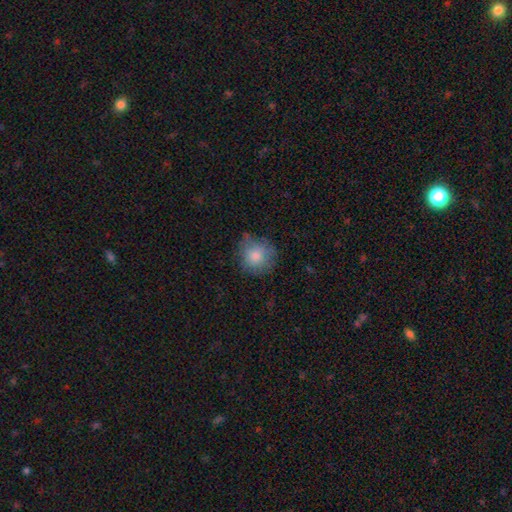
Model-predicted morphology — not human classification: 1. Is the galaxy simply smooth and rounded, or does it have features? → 78% smooth, 13% featured or disk, 9% star or artifact.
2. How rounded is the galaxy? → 87% round, 12% in between, 1% cigar-shaped.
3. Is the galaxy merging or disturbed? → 60% none, 29% minor disturbance, 9% major disturbance, 2% merger.